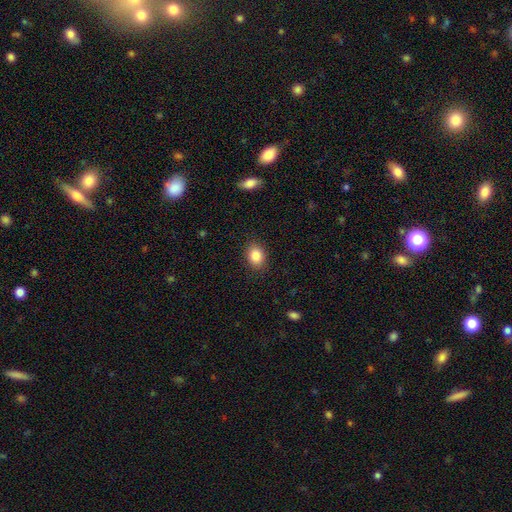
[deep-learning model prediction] Smooth or featured?
  - smooth: 85% *
  - star or artifact: 9%
  - featured or disk: 6%
How rounded?
  - in between: 69% *
  - round: 30%
  - cigar-shaped: 1%
Merging?
  - none: 88% *
  - minor disturbance: 9%
  - major disturbance: 2%
  - merger: 1%